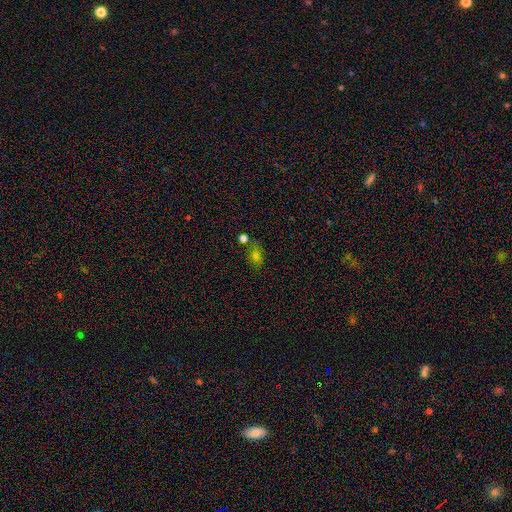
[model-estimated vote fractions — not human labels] Smooth or featured? smooth (63%)
How rounded? in between (73%)
Merging? none (66%)